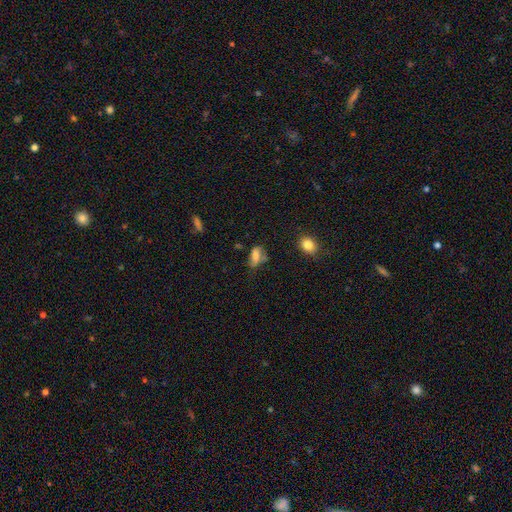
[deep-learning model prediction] smooth 67%, featured or disk 20%, star or artifact 13%. Down the decision tree: how rounded — in between (80%); merging — none (39%).